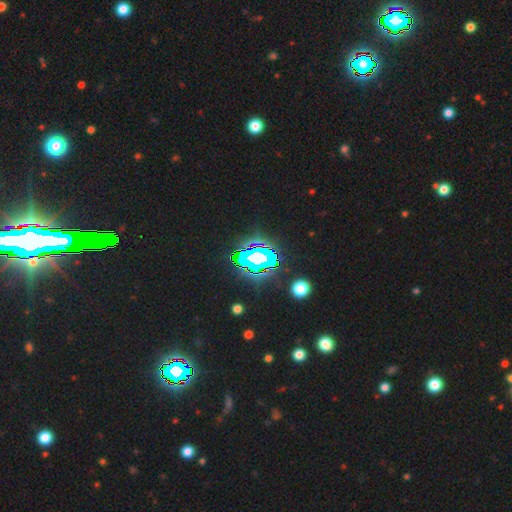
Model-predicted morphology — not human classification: A star or artifact, not a galaxy (69%).

Vote fractions:
- Smooth or featured? star or artifact: 69% / smooth: 16% / featured or disk: 15%